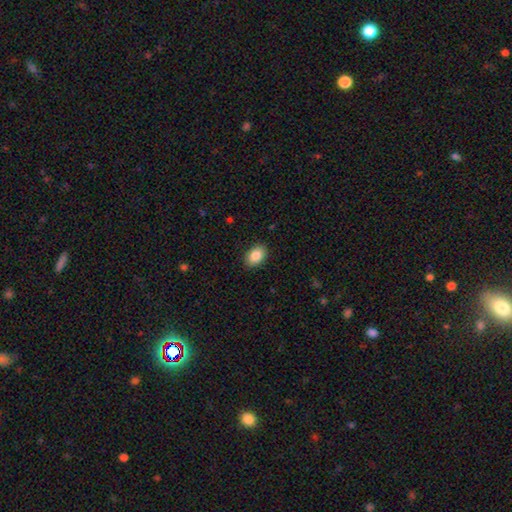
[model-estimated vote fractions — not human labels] Q: Smooth or featured?
A: smooth (87%); runner-up: star or artifact (7%)
Q: How rounded?
A: in between (88%); runner-up: round (11%)
Q: Merging?
A: none (89%); runner-up: minor disturbance (8%)